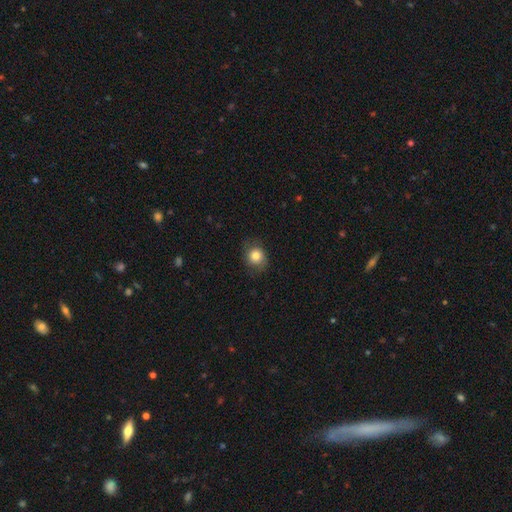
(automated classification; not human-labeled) This appears to be a smooth galaxy with no disk features (80%) that is round (68%). Merging: none (75%).